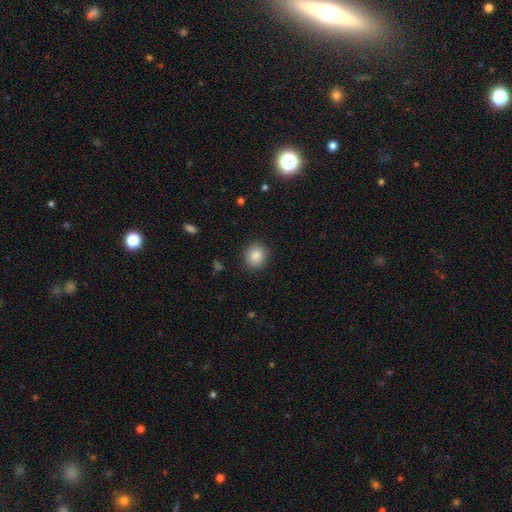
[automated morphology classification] smooth-or-featured: smooth: 87% | star or artifact: 9% | featured or disk: 4%
  how-rounded: round: 83% | in between: 16% | cigar-shaped: 1%
  merging: none: 89% | minor disturbance: 7% | major disturbance: 3% | merger: 1%